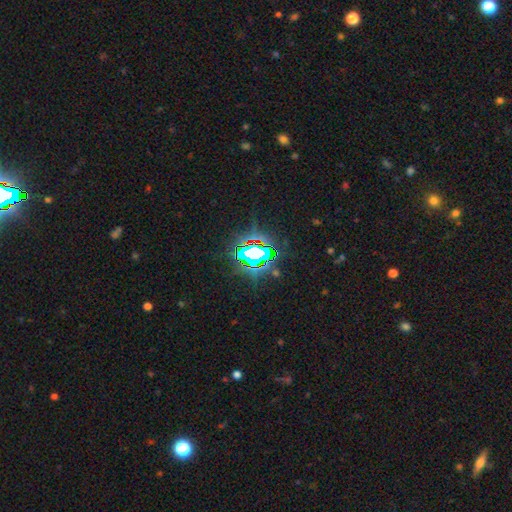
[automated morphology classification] A star or artifact, not a galaxy (73%).